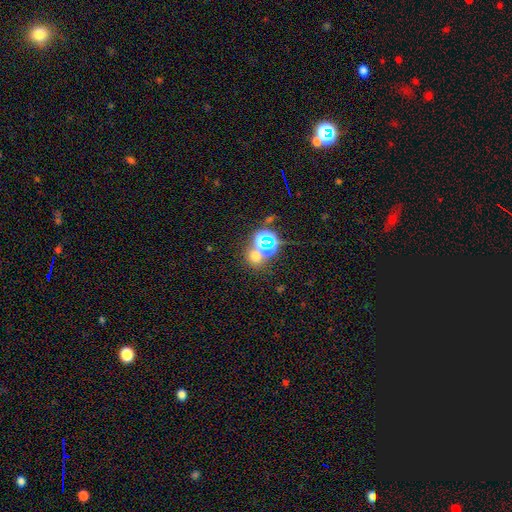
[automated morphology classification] A smooth galaxy with no disk features (49%). Merging: none (65%).